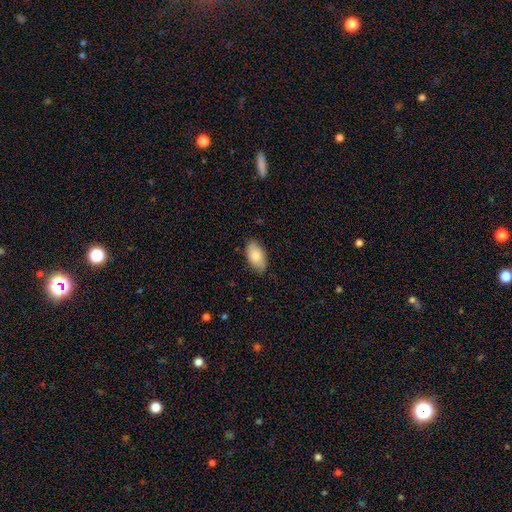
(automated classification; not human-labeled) Smooth or featured? Predicted: smooth (p=0.84). How rounded? Predicted: in between (p=0.94). Merging? Predicted: none (p=0.82).